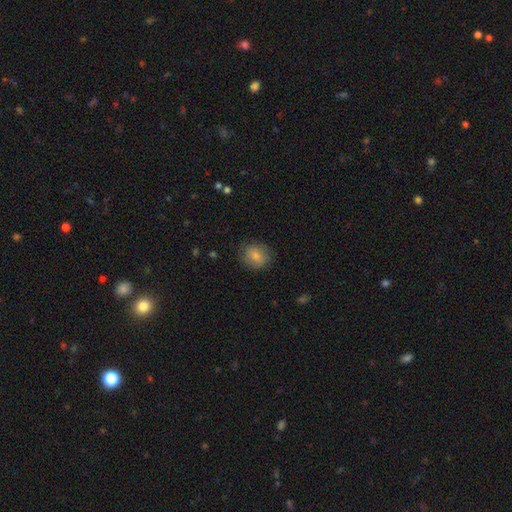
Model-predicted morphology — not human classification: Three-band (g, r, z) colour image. It shows a smooth galaxy with no disk features (81%) that is round (72%). Merging: none (79%).